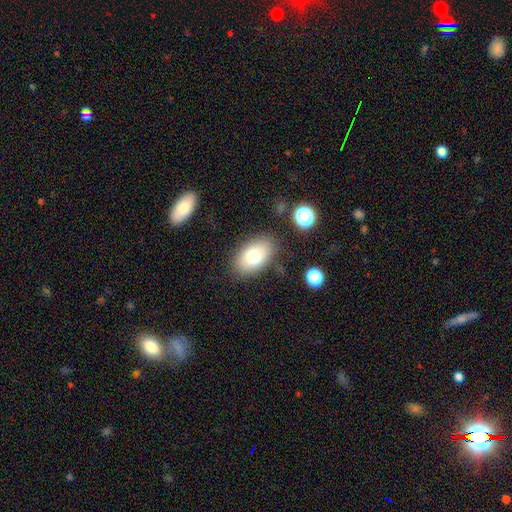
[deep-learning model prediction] A smooth galaxy with no disk features (75%) that is in between round and cigar-shaped (89%).

Vote fractions:
- Smooth or featured? smooth: 75% / featured or disk: 16% / star or artifact: 9%
- How rounded? in between: 89% / round: 10% / cigar-shaped: 2%
- Merging? none: 82% / minor disturbance: 12% / major disturbance: 4% / merger: 3%